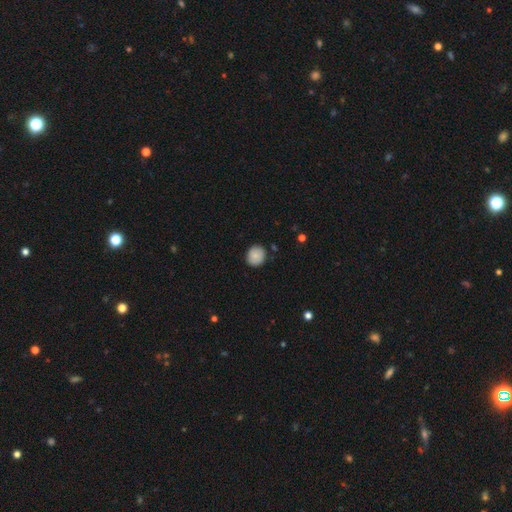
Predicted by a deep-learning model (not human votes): This is clearly a smooth galaxy (85%). How rounded: clearly round (83%). Merging: clearly none (85%).